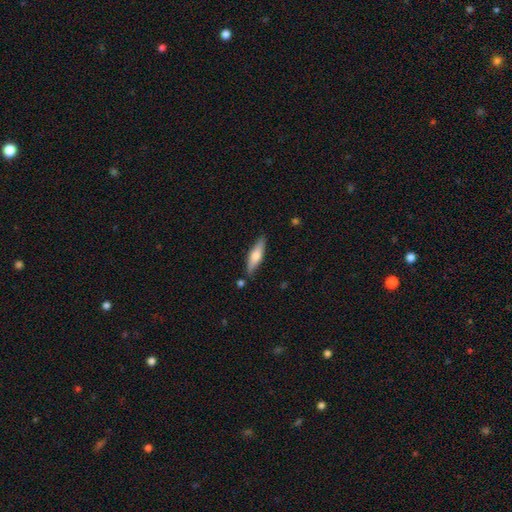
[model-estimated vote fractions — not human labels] A smooth galaxy with no disk features (59%) that is cigar-shaped (67%). Merging: none (81%).